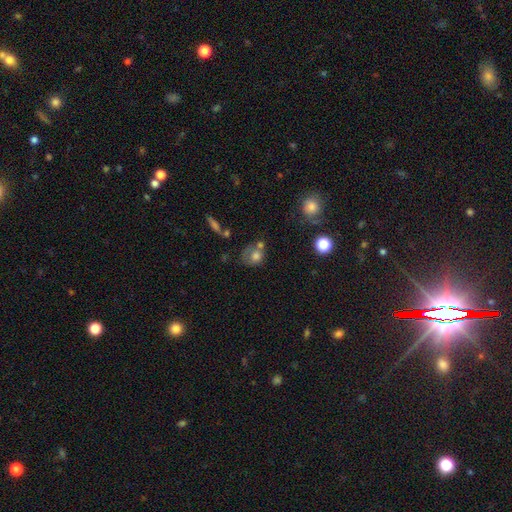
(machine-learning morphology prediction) Q: Smooth or featured?
A: smooth (68%); runner-up: featured or disk (20%)
Q: How rounded?
A: round (62%); runner-up: in between (36%)
Q: Merging?
A: none (35%); runner-up: merger (30%)